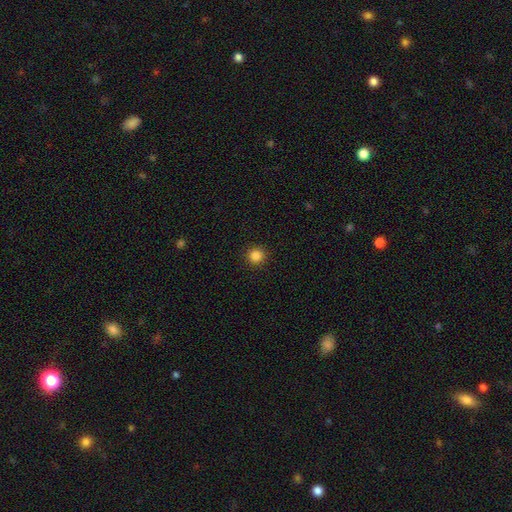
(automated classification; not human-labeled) Smooth or featured? smooth (85%)
How rounded? round (95%)
Merging? none (92%)